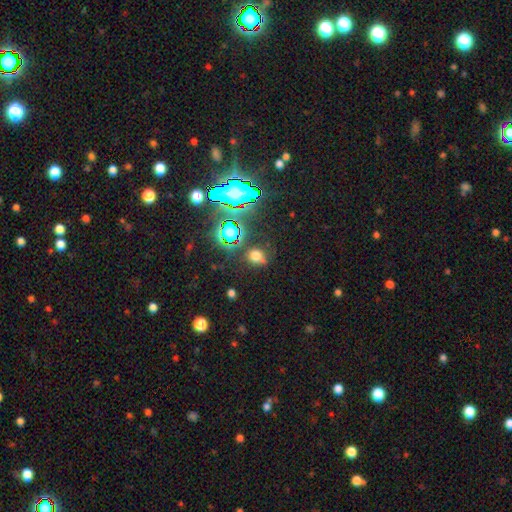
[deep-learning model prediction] Smooth or featured?
  - smooth: 59% *
  - star or artifact: 32%
  - featured or disk: 9%
How rounded?
  - round: 65% *
  - in between: 33%
  - cigar-shaped: 2%
Merging?
  - none: 71% *
  - minor disturbance: 16%
  - major disturbance: 7%
  - merger: 5%